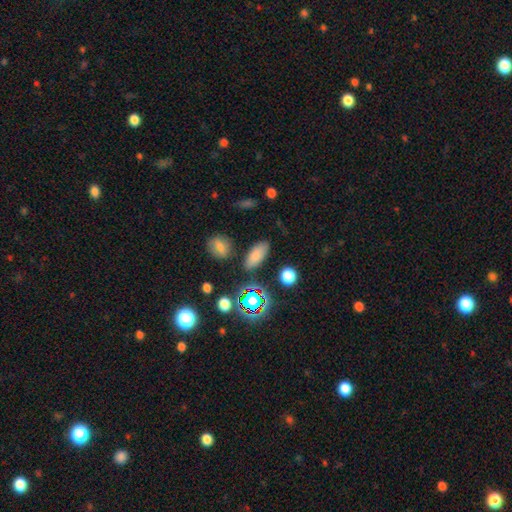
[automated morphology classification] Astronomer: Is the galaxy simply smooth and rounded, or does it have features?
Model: smooth — 75%.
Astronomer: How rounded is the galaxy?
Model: in between — 83%.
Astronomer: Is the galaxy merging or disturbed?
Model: none — 82%.